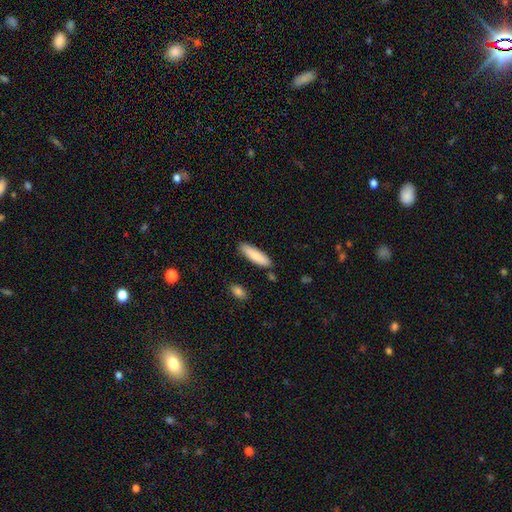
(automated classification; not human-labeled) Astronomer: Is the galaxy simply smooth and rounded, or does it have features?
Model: smooth — 82%.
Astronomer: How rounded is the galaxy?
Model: cigar-shaped — 64%.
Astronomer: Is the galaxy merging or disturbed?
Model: none — 85%.